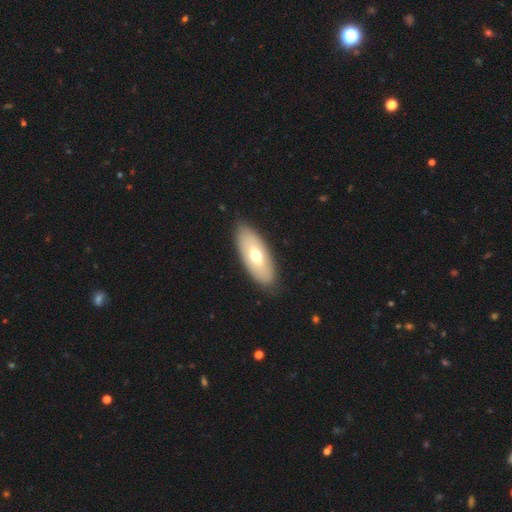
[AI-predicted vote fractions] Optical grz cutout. It shows a smooth galaxy with no disk features (59%) that is in between round and cigar-shaped (85%). Merging: none (86%).